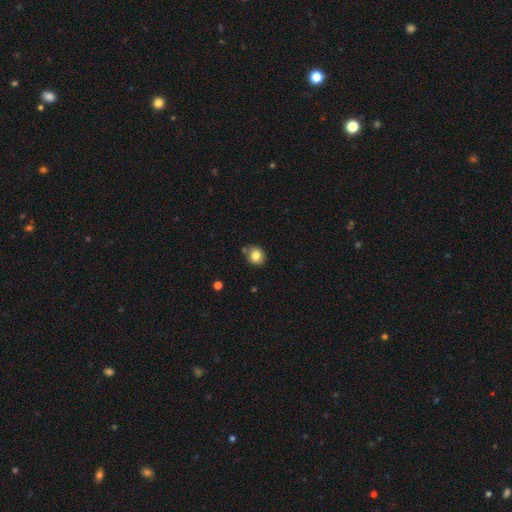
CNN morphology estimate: Overall: smooth (82%). How rounded: round (72%). Merging: none (76%).